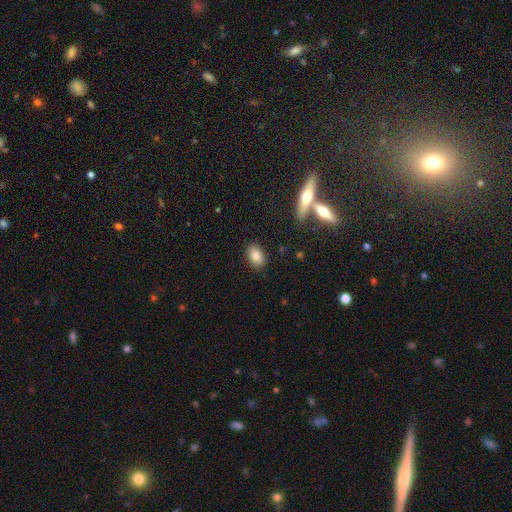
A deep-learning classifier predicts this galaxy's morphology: Smooth or featured?
  - smooth: 85% *
  - star or artifact: 8%
  - featured or disk: 7%
How rounded?
  - in between: 86% *
  - round: 12%
  - cigar-shaped: 2%
Merging?
  - none: 87% *
  - minor disturbance: 9%
  - major disturbance: 2%
  - merger: 2%